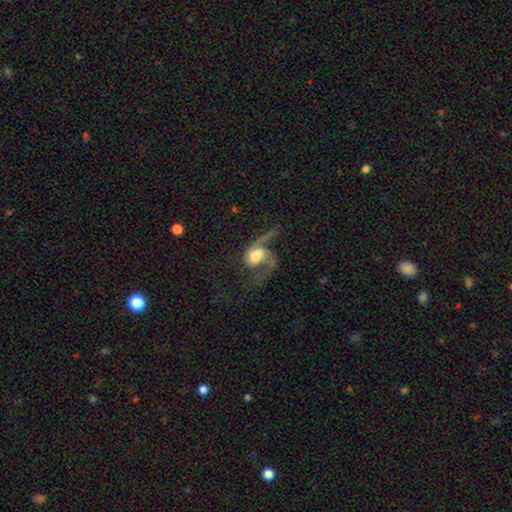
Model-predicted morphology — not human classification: smooth_or_featured: featured or disk (p=0.65) [alt: smooth p=0.27]
disk_edge_on: no (p=0.96) [alt: yes p=0.04]
bar: no (p=0.63) [alt: weak p=0.29]
has_spiral_arms: yes (p=0.83) [alt: no p=0.17]
spiral_winding: loose (p=0.60) [alt: medium p=0.31]
spiral_arm_count: 2 (p=0.46) [alt: 1 p=0.37]
bulge_size: large (p=0.50) [alt: moderate p=0.27]
merging: major disturbance (p=0.54) [alt: none p=0.24]